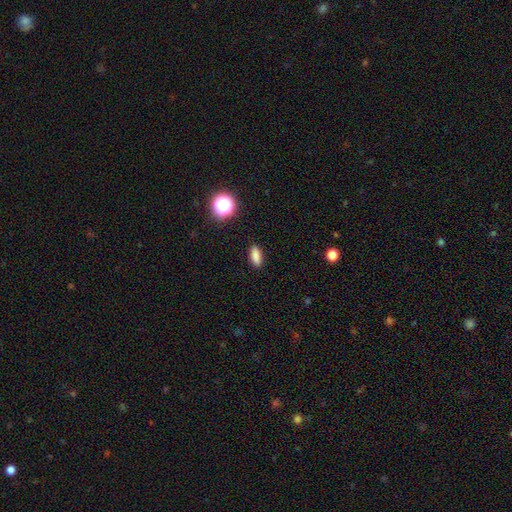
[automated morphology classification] smooth-or-featured: smooth: 84% | star or artifact: 11% | featured or disk: 5%
  how-rounded: in between: 77% | cigar-shaped: 17% | round: 5%
  merging: none: 89% | minor disturbance: 8% | major disturbance: 2% | merger: 1%